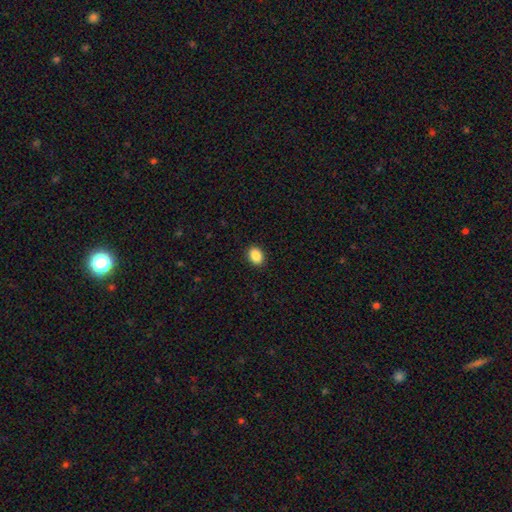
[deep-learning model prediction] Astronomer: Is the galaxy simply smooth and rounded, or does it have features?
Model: smooth — 88%.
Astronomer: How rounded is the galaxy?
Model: in between — 64%.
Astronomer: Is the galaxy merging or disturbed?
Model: none — 91%.